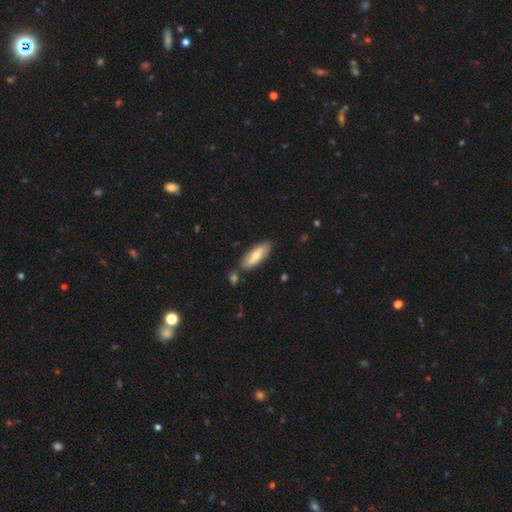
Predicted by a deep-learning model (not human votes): This appears to be a smooth galaxy with no disk features (65%) that is in between round and cigar-shaped (66%). Merging: none (79%).